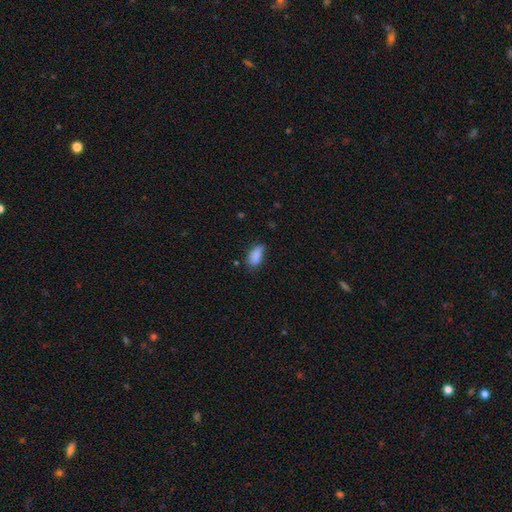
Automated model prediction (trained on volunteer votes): smooth_or_featured: smooth (p=0.87) [alt: star or artifact p=0.08]
how_rounded: in between (p=0.90) [alt: cigar-shaped p=0.06]
merging: none (p=0.63) [alt: minor disturbance p=0.29]